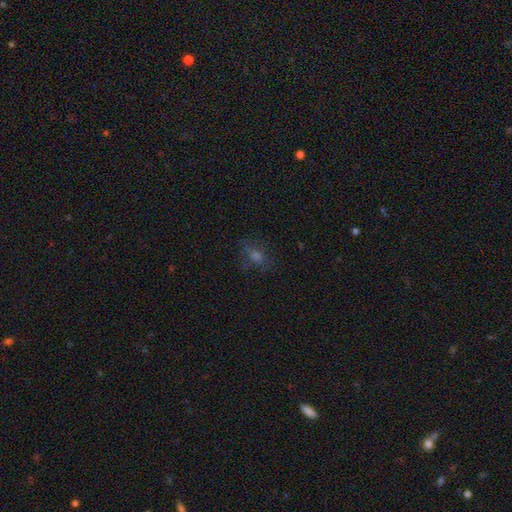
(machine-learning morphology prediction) Smooth or featured? Predicted: smooth (p=0.51). How rounded? Predicted: in between (p=0.55). Merging? Predicted: none (p=0.73).